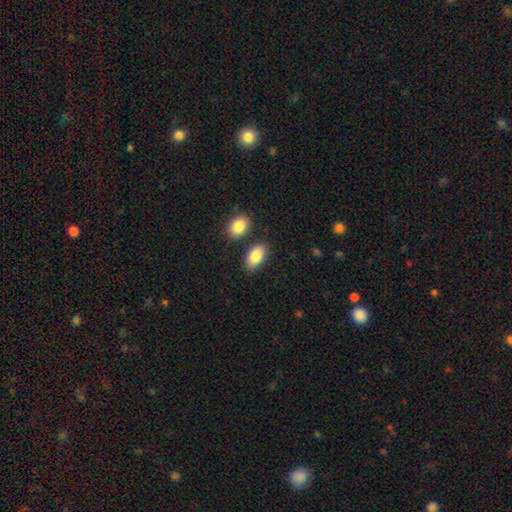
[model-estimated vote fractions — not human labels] This is clearly a smooth galaxy (85%). How rounded: clearly in between (93%). Merging: likely none (79%).